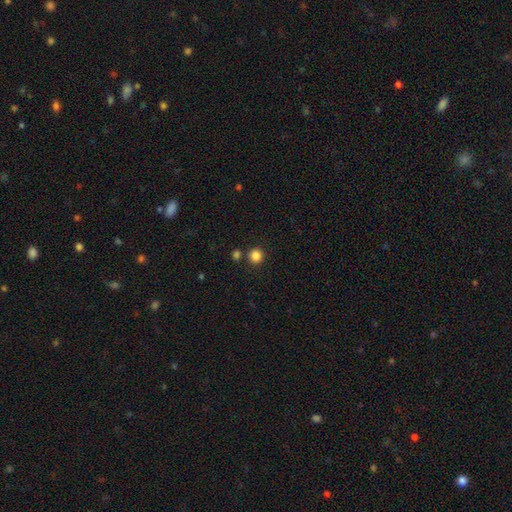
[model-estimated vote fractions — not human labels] smooth_or_featured: smooth (p=0.84) [alt: star or artifact p=0.12]
how_rounded: round (p=0.93) [alt: in between p=0.06]
merging: none (p=0.82) [alt: merger p=0.09]